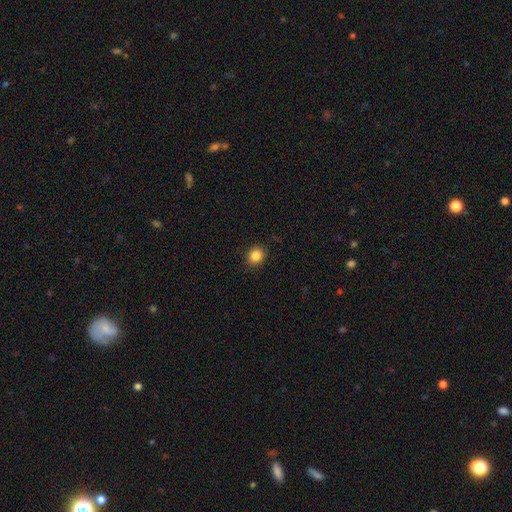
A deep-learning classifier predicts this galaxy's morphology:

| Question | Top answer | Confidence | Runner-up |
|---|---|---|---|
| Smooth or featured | smooth | 86% | star or artifact (10%) |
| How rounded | round | 73% | in between (27%) |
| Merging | none | 88% | minor disturbance (8%) |